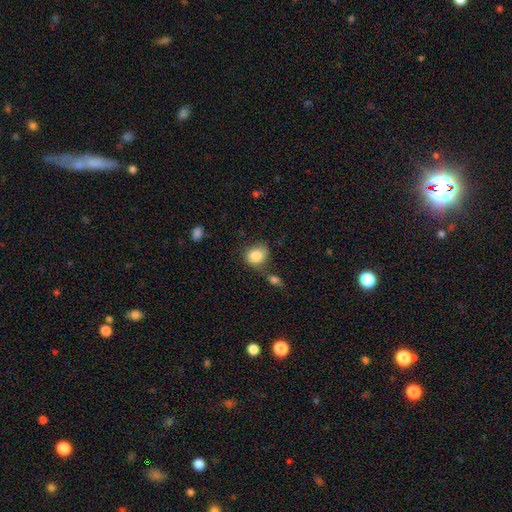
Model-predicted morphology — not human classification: Q: Smooth or featured?
A: smooth (84%); runner-up: featured or disk (9%)
Q: How rounded?
A: round (66%); runner-up: in between (33%)
Q: Merging?
A: none (50%); runner-up: minor disturbance (25%)